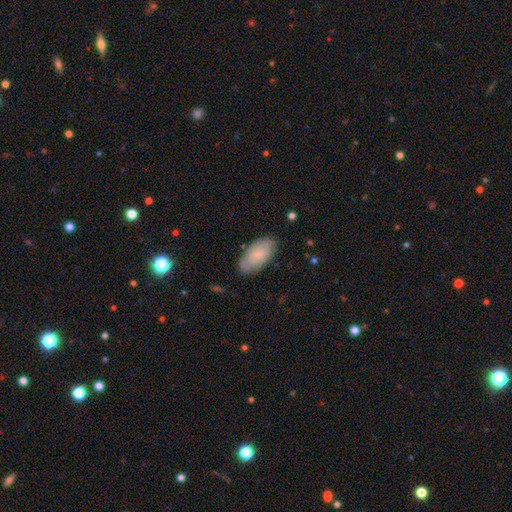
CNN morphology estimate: Overall: smooth (76%). How rounded: in between (94%). Merging: none (80%).